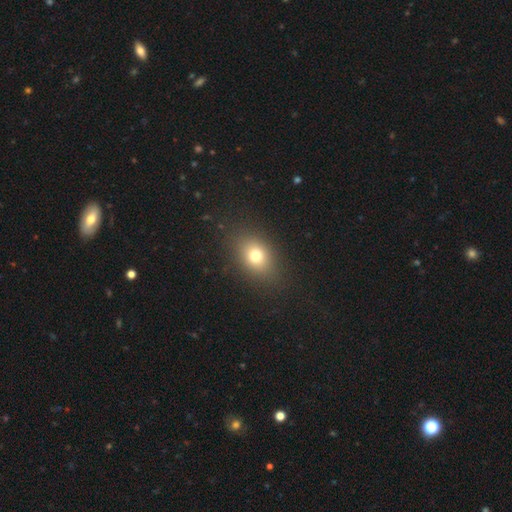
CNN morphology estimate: Overall: smooth (75%). How rounded: in between (65%; round 33%). Merging: none (85%).